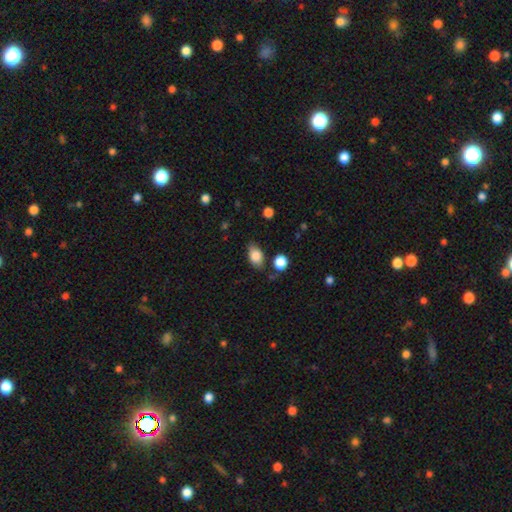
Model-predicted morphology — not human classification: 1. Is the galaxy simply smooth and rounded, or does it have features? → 82% smooth, 10% featured or disk, 8% star or artifact.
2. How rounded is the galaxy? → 85% in between, 13% round, 3% cigar-shaped.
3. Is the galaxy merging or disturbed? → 74% none, 17% minor disturbance, 5% merger, 4% major disturbance.